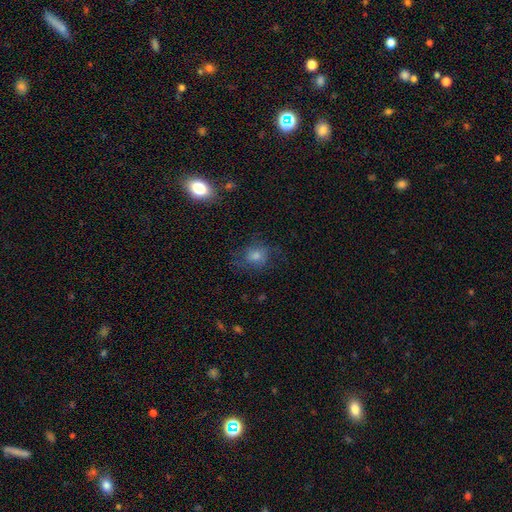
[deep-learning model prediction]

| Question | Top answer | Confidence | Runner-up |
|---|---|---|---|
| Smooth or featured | smooth | 45% | featured or disk (36%) |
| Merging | none | 65% | minor disturbance (20%) |